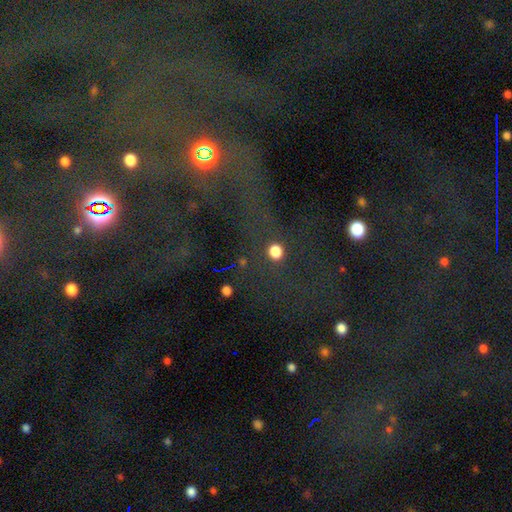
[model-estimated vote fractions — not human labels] star or artifact 72%, smooth 15%, featured or disk 13%.